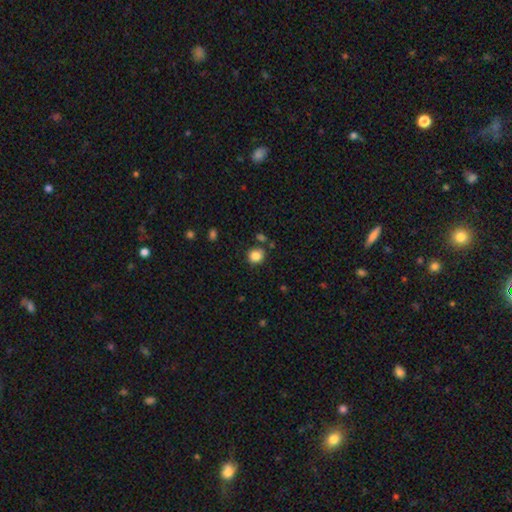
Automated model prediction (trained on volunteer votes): This is clearly a smooth galaxy (84%). How rounded: clearly round (84%). Merging: likely none (78%).